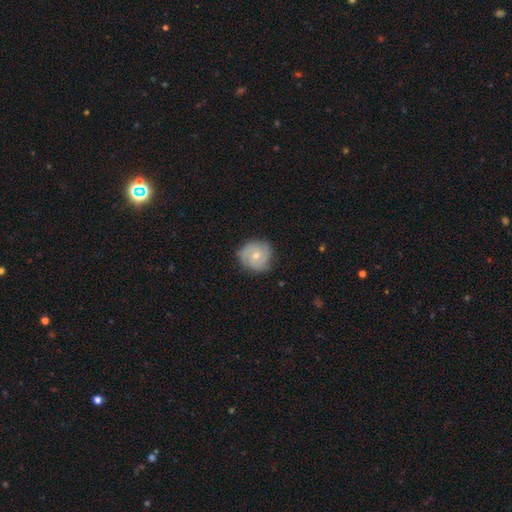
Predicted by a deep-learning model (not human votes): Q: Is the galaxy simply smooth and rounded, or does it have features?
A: featured or disk — 54%.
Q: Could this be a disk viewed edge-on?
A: no — 97%.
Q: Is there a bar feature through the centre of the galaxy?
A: no — 75%.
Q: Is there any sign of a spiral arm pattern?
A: yes — 87%.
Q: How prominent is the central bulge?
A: moderate — 51%.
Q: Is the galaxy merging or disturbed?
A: none — 76%.